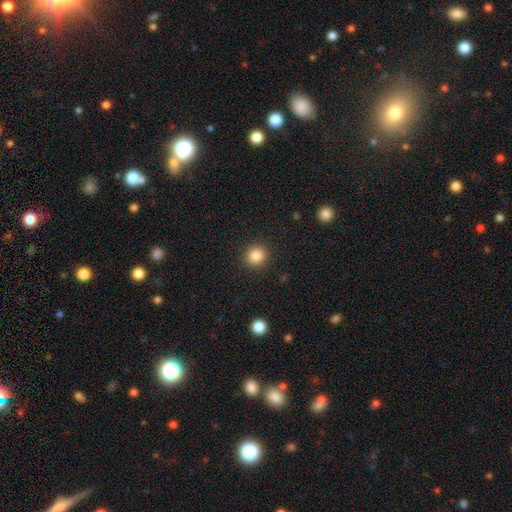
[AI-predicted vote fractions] smooth_or_featured: smooth (p=0.86) [alt: star or artifact p=0.10]
how_rounded: round (p=0.89) [alt: in between p=0.10]
merging: none (p=0.91) [alt: minor disturbance p=0.06]